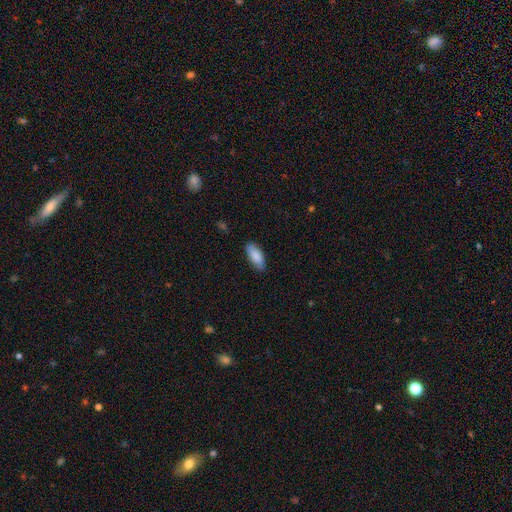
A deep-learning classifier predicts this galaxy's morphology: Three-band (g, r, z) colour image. It shows a smooth galaxy with no disk features (88%) that is in between round and cigar-shaped (82%). Merging: none (85%).